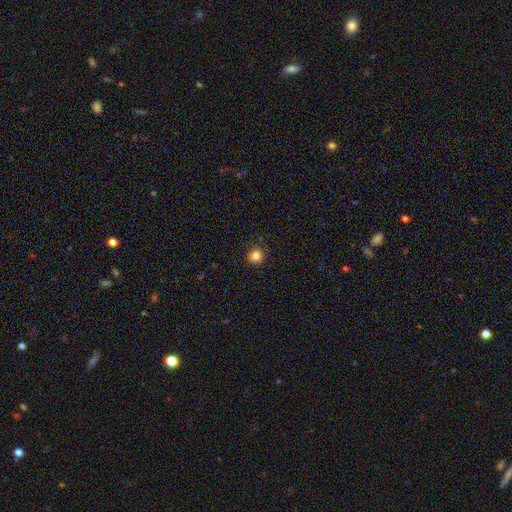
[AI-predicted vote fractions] This appears to be a smooth galaxy with no disk features (84%) that is round (91%). Merging: none (87%).